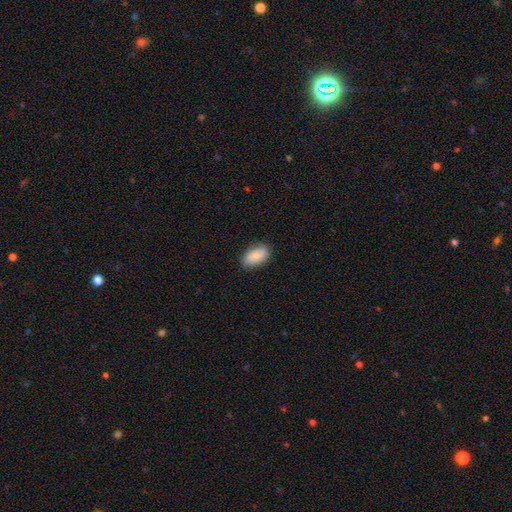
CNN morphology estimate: Smooth or featured: smooth — 80% (featured or disk — 14%)
How rounded: in between — 93% (round — 5%)
Merging: none — 77% (minor disturbance — 18%)